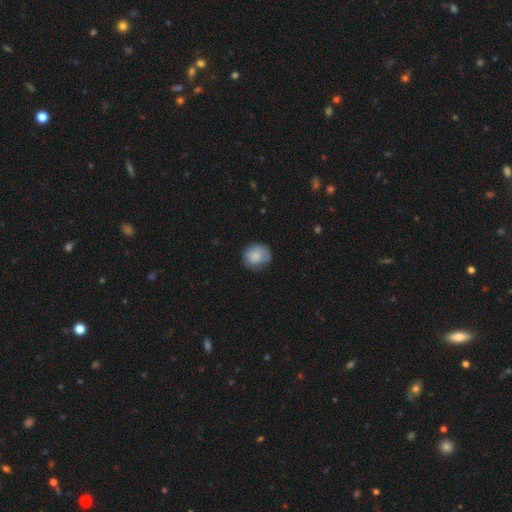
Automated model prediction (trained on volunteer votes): A smooth galaxy with no disk features (78%) that is round (66%). Merging: none (64%).